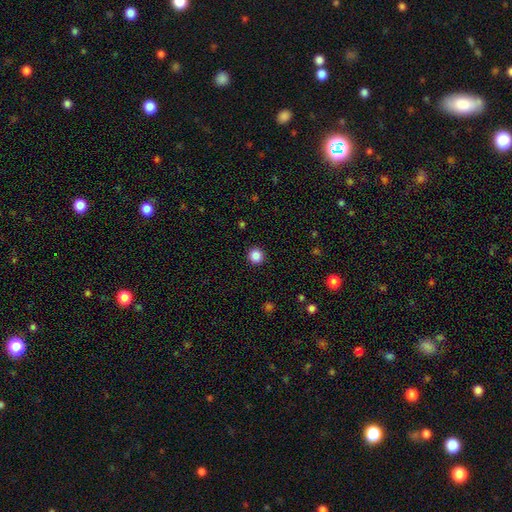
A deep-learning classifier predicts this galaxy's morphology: Smooth or featured? Predicted: smooth (p=0.86). How rounded? Predicted: round (p=0.95). Merging? Predicted: none (p=0.93).